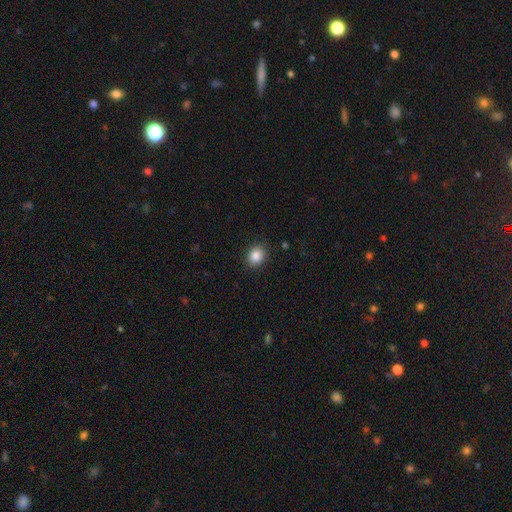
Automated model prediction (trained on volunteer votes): A smooth galaxy with no disk features (86%) that is round (61%). Merging: none (89%).